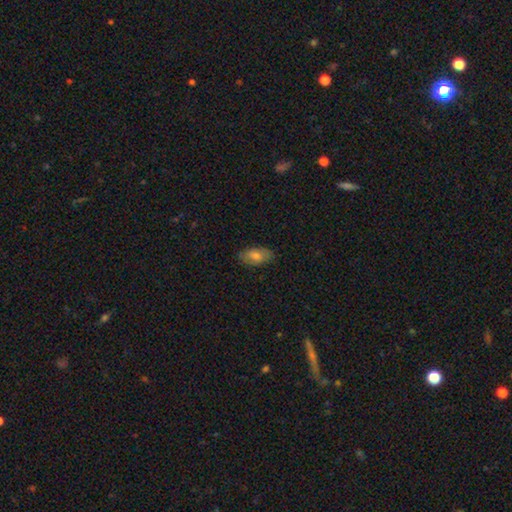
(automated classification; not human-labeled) A smooth galaxy with no disk features (68%) that is in between round and cigar-shaped (91%). Merging: none (83%).